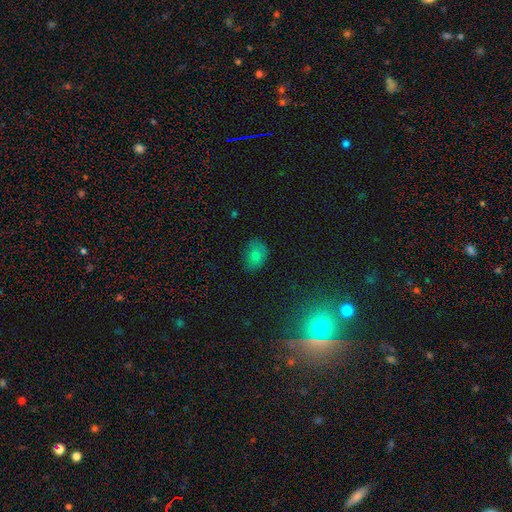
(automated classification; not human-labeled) smooth_or_featured: smooth (p=0.77) [alt: star or artifact p=0.13]
how_rounded: in between (p=0.72) [alt: round p=0.27]
merging: none (p=0.71) [alt: minor disturbance p=0.22]